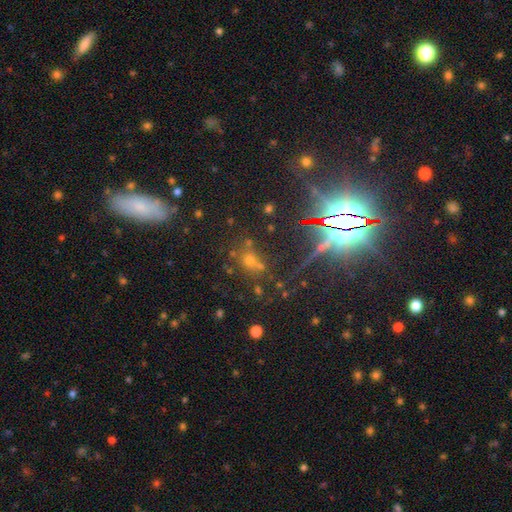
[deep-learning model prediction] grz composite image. It shows a star or artifact, not a galaxy (59%).